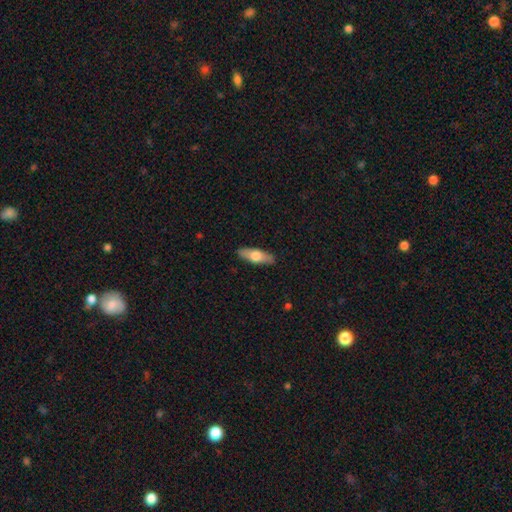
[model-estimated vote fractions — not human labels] Smooth or featured?
  - smooth: 62% *
  - featured or disk: 32%
  - star or artifact: 5%
How rounded?
  - in between: 61% *
  - cigar-shaped: 36%
  - round: 3%
Merging?
  - none: 89% *
  - minor disturbance: 8%
  - major disturbance: 2%
  - merger: 1%